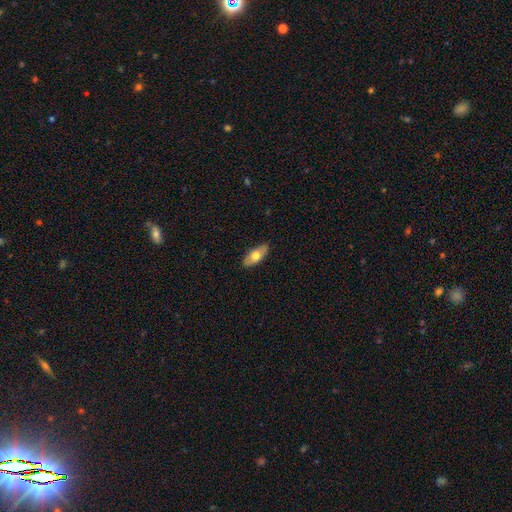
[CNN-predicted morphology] Smooth or featured?
  - smooth: 63% *
  - featured or disk: 32%
  - star or artifact: 6%
How rounded?
  - in between: 83% *
  - cigar-shaped: 14%
  - round: 3%
Merging?
  - none: 88% *
  - minor disturbance: 9%
  - major disturbance: 2%
  - merger: 1%